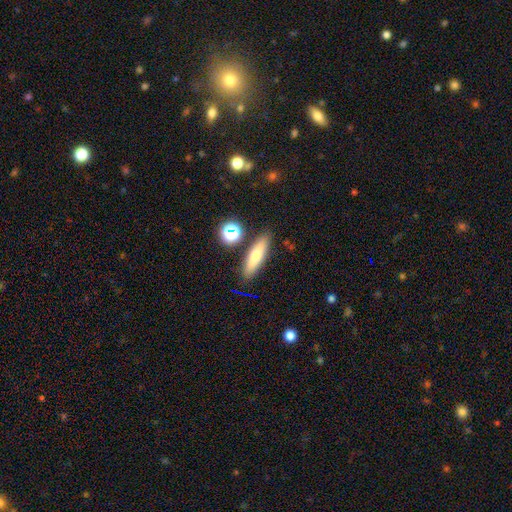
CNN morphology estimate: Smooth or featured? smooth (71%)
How rounded? cigar-shaped (64%)
Merging? none (84%)